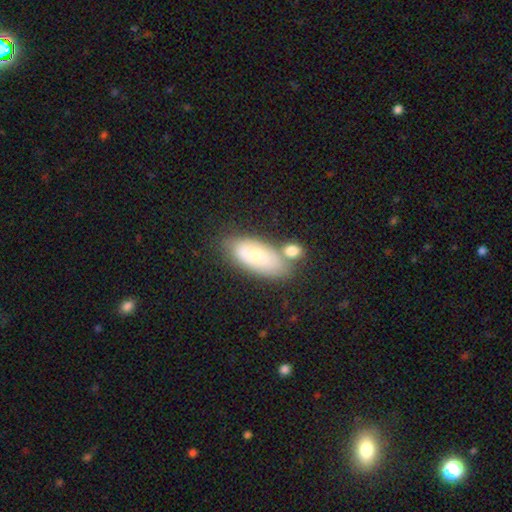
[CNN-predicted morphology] The model was most divided on "merging": none: 53%, merger: 23%, minor disturbance: 17%, major disturbance: 6%. More confident: how rounded — in between (87%); smooth or featured — smooth (63%).